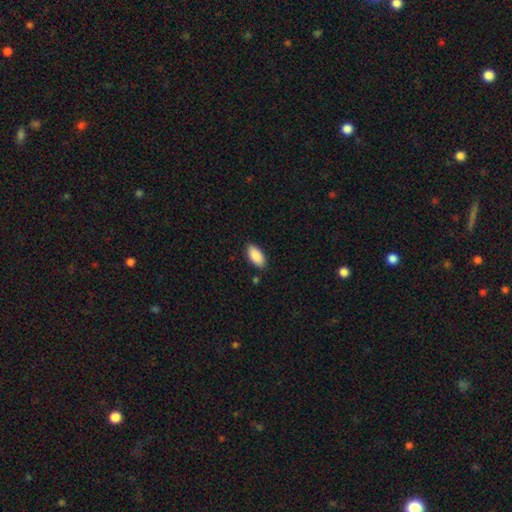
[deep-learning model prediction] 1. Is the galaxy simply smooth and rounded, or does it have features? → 89% smooth, 6% star or artifact, 5% featured or disk.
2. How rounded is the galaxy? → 93% in between, 5% cigar-shaped, 2% round.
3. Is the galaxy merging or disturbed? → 86% none, 10% minor disturbance, 2% major disturbance, 2% merger.